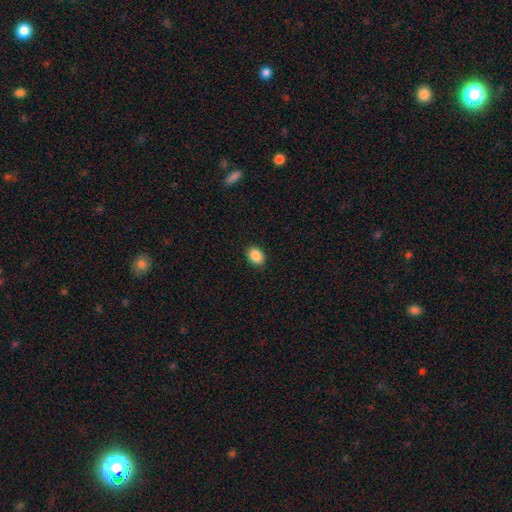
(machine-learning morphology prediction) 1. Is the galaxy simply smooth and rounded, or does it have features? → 88% smooth, 8% star or artifact, 3% featured or disk.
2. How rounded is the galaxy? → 71% in between, 28% round, 1% cigar-shaped.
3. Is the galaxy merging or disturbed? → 89% none, 8% minor disturbance, 2% major disturbance, 1% merger.